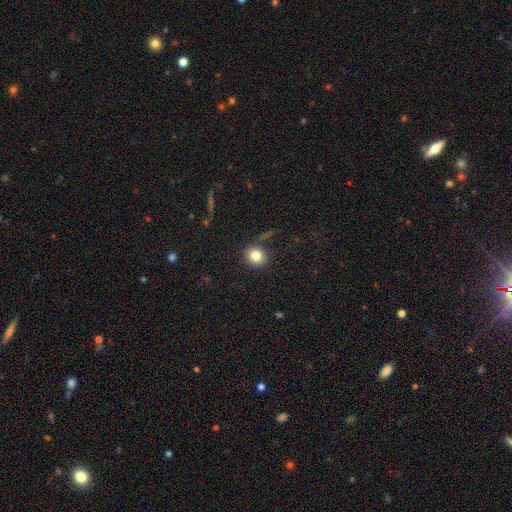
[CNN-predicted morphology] Smooth or featured?
  - smooth: 81% *
  - star or artifact: 11%
  - featured or disk: 8%
How rounded?
  - round: 81% *
  - in between: 18%
  - cigar-shaped: 1%
Merging?
  - none: 84% *
  - minor disturbance: 9%
  - merger: 4%
  - major disturbance: 3%